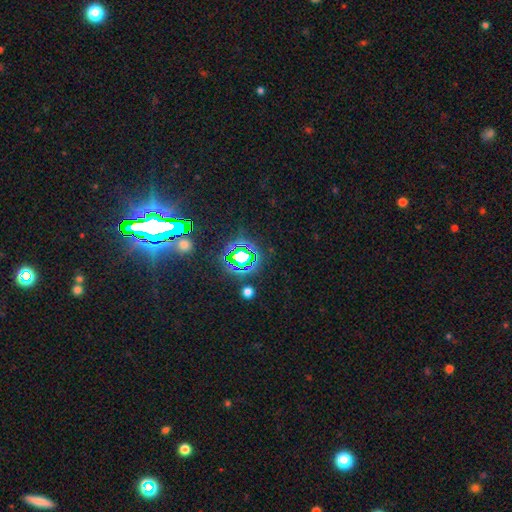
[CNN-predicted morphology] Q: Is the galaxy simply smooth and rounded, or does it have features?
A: star or artifact — 83%.